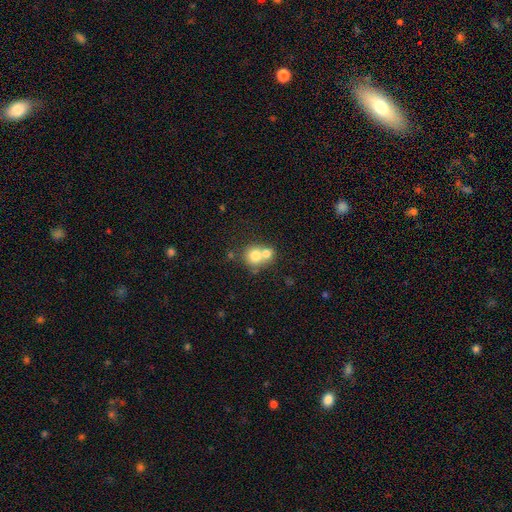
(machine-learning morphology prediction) A smooth galaxy with no disk features (73%) that is round (80%).

Vote fractions:
- Smooth or featured? smooth: 73% / featured or disk: 17% / star or artifact: 10%
- How rounded? round: 80% / in between: 19% / cigar-shaped: 1%
- Merging? merger: 61% / none: 30% / minor disturbance: 6% / major disturbance: 3%